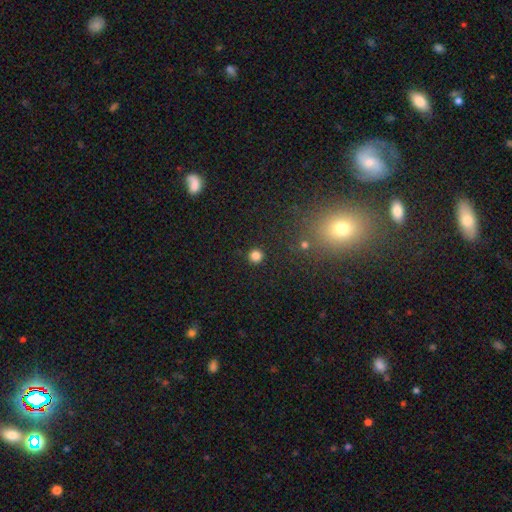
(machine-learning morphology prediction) The model was most divided on "smooth or featured": smooth: 82%, star or artifact: 14%, featured or disk: 4%. More confident: how rounded — round (95%); merging — none (92%).